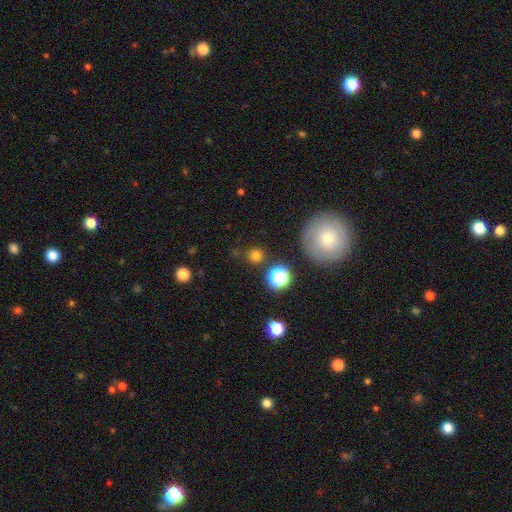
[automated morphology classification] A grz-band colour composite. It shows a smooth galaxy with no disk features (73%) that is round (92%). Merging: none (84%).